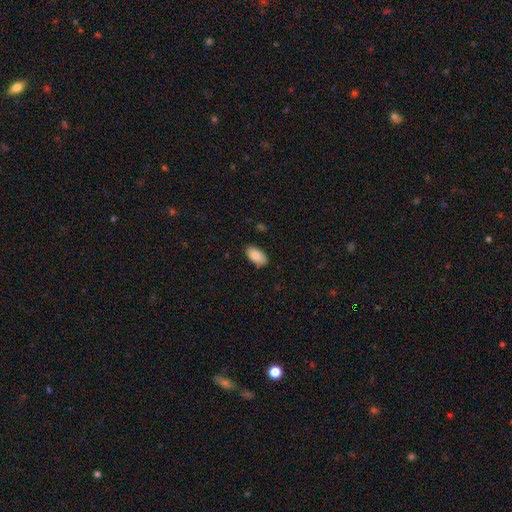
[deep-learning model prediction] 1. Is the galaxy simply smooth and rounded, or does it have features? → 89% smooth, 7% star or artifact, 5% featured or disk.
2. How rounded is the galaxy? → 95% in between, 3% cigar-shaped, 3% round.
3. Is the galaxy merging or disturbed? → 85% none, 12% minor disturbance, 2% major disturbance, 1% merger.